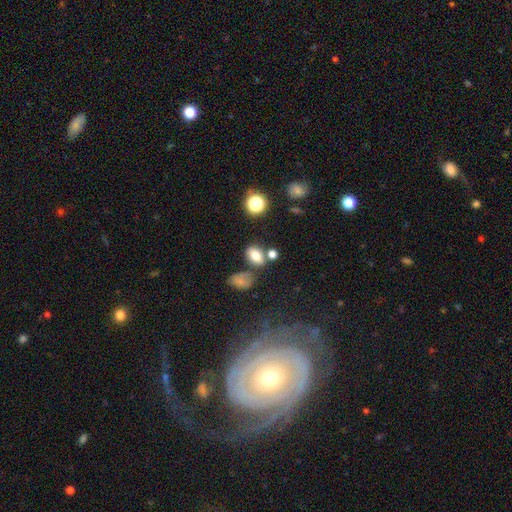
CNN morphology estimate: Smooth or featured: smooth — 76% (star or artifact — 14%)
How rounded: in between — 83% (round — 15%)
Merging: none — 62% (merger — 17%)